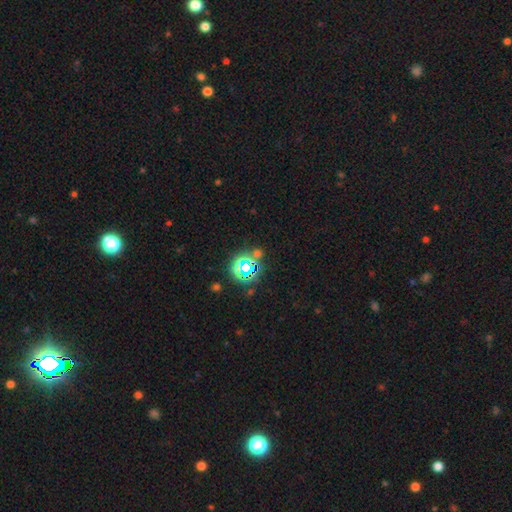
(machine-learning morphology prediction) Smooth or featured? Predicted: star or artifact (p=0.72).